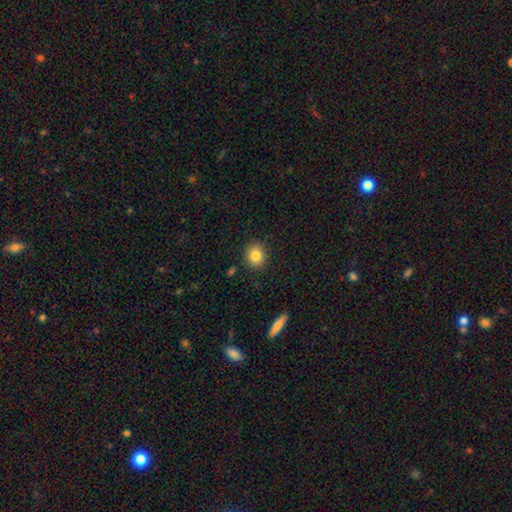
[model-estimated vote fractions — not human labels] Overall: smooth (83%). How rounded: round (76%). Merging: none (89%).